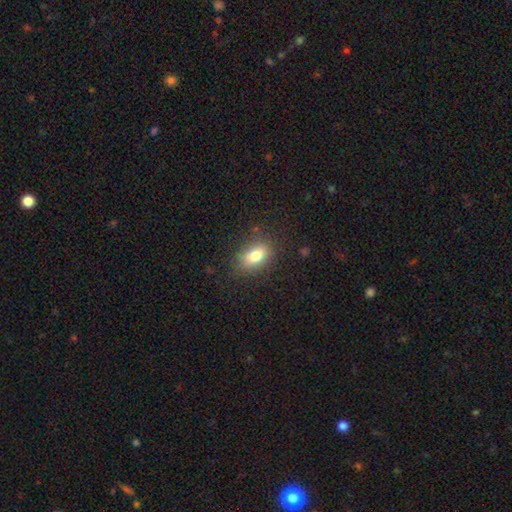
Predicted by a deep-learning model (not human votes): Q: Smooth or featured?
A: smooth (77%); runner-up: featured or disk (13%)
Q: How rounded?
A: in between (81%); runner-up: round (16%)
Q: Merging?
A: none (82%); runner-up: minor disturbance (13%)